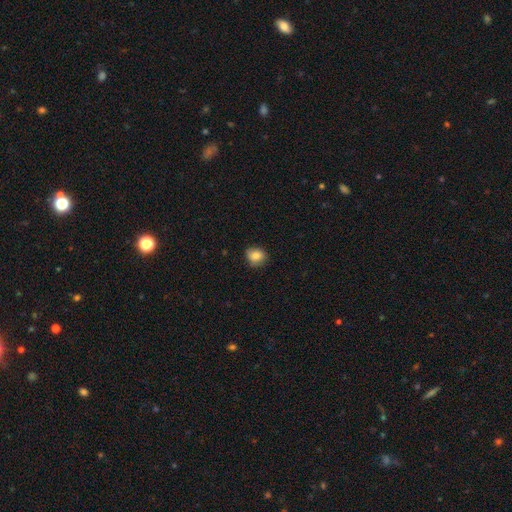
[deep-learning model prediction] A smooth galaxy with no disk features (82%) that is round (66%). Merging: none (79%).